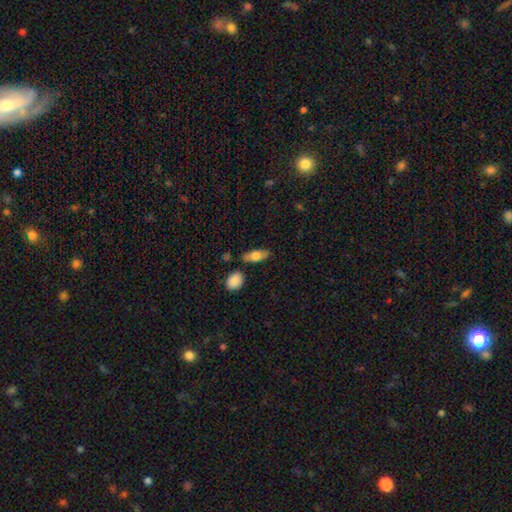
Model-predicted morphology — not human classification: Smooth or featured: smooth — 68% (featured or disk — 25%)
How rounded: in between — 79% (cigar-shaped — 17%)
Merging: none — 76% (minor disturbance — 15%)